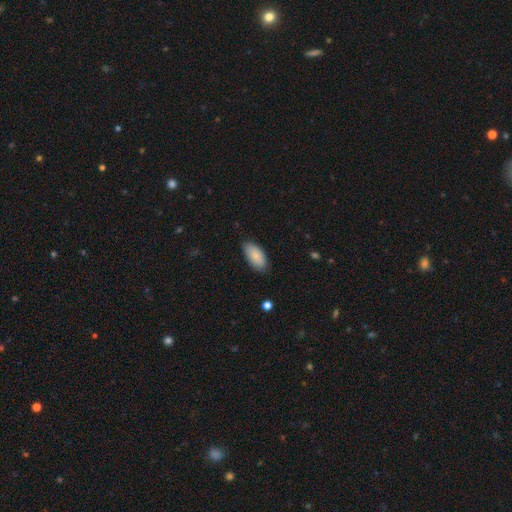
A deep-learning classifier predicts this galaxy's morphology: smooth_or_featured: smooth (p=0.85) [alt: featured or disk p=0.09]
how_rounded: in between (p=0.93) [alt: cigar-shaped p=0.05]
merging: none (p=0.83) [alt: minor disturbance p=0.14]